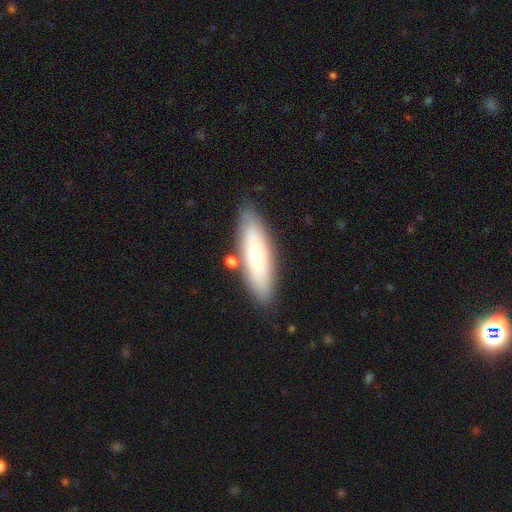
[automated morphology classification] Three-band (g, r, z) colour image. It shows a smooth galaxy with no disk features (61%) that is cigar-shaped (54%). Merging: none (80%).